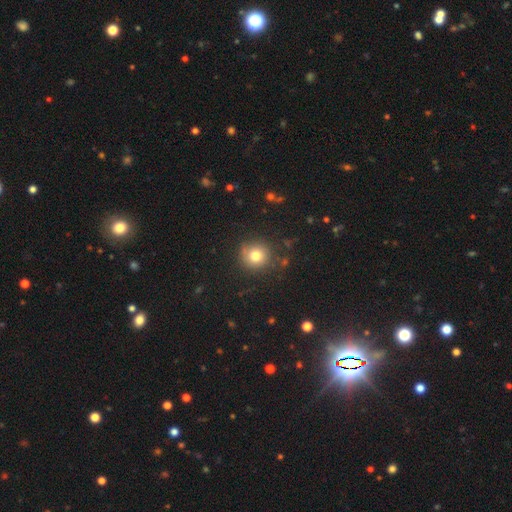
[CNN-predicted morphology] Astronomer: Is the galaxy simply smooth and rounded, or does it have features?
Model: smooth — 77%.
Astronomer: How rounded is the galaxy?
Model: round — 92%.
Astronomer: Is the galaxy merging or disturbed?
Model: none — 82%.